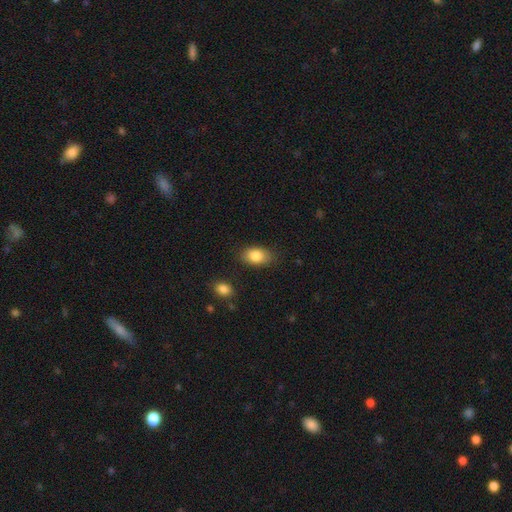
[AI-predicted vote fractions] Smooth or featured? Predicted: smooth (p=0.84). How rounded? Predicted: in between (p=0.88). Merging? Predicted: none (p=0.81).